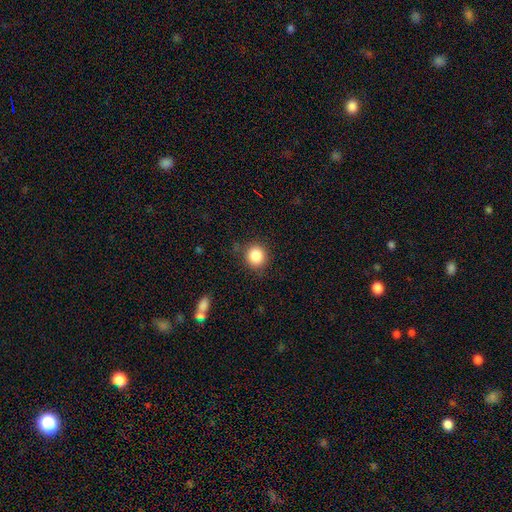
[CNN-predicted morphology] smooth 87%, star or artifact 9%, featured or disk 4%. Down the decision tree: how rounded — round (87%); merging — none (84%).